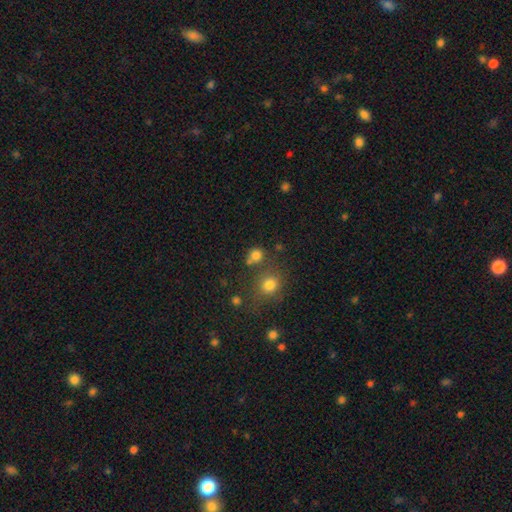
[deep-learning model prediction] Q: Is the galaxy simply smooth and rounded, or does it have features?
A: smooth — 78%.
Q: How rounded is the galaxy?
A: round — 73%.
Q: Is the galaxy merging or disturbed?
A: none — 59%.